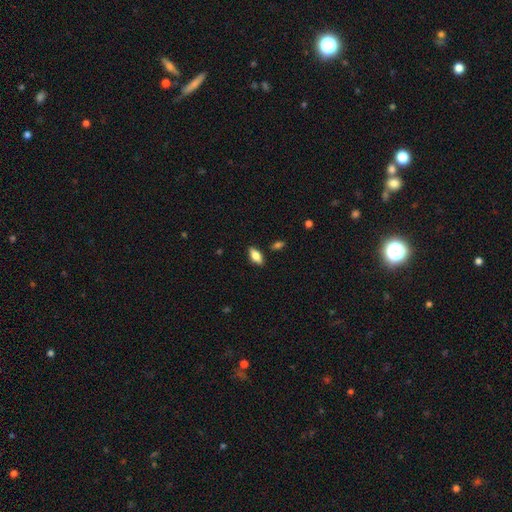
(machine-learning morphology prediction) This appears to be a smooth galaxy with no disk features (76%) that is in between round and cigar-shaped (88%). Merging: none (86%).